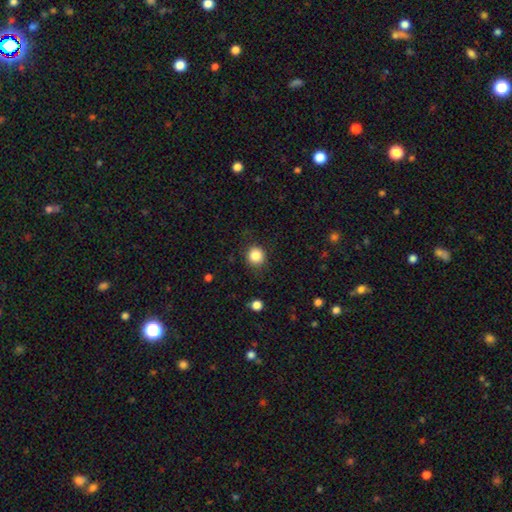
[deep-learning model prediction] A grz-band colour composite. It shows a smooth galaxy with no disk features (85%) that is round (89%). Merging: none (85%).